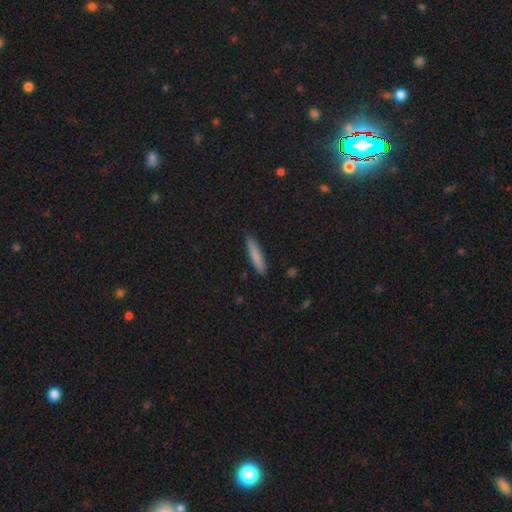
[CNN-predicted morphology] type=smooth (82%); roundness=cigar-shaped (89%); merging=none (87%).